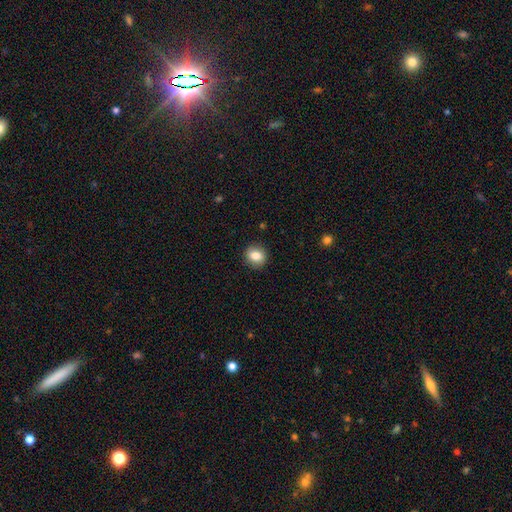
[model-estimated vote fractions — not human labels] smooth 82%, star or artifact 9%, featured or disk 9%. Down the decision tree: how rounded — round (77%); merging — none (89%).